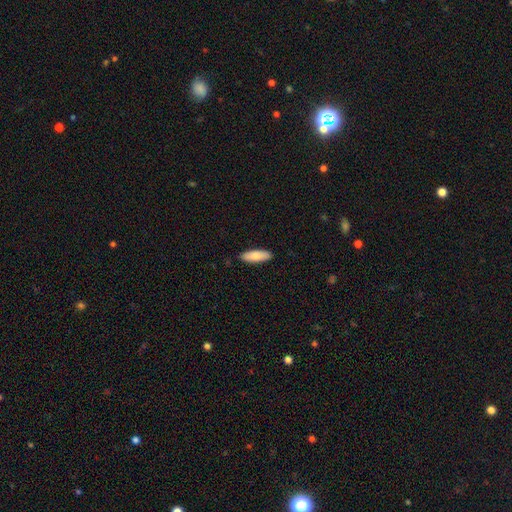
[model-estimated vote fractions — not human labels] Morphology: type=smooth (79%); roundness=in between (56%); merging=none (89%).